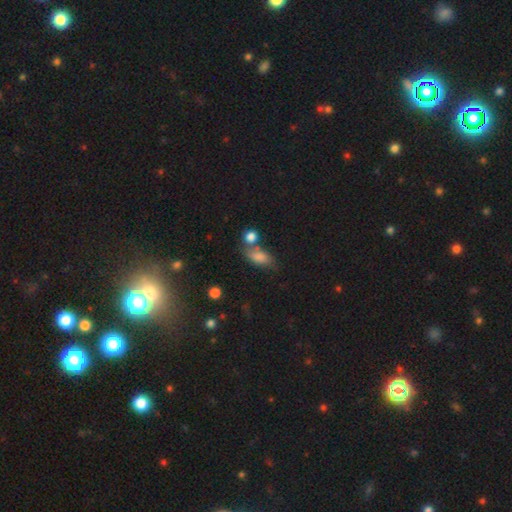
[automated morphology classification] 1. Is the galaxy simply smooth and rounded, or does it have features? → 72% smooth, 15% star or artifact, 13% featured or disk.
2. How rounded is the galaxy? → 79% in between, 11% round, 10% cigar-shaped.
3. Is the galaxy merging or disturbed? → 52% none, 22% merger, 18% minor disturbance, 7% major disturbance.